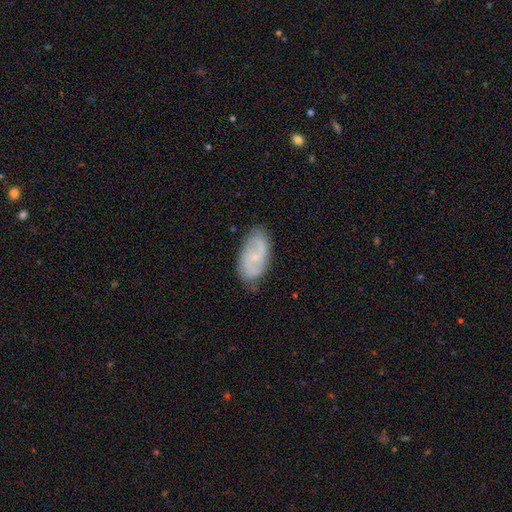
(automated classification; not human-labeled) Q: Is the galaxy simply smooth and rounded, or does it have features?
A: featured or disk — 68%.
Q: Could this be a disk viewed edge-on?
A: no — 95%.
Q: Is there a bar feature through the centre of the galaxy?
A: no — 58%.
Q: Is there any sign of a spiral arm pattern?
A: yes — 84%.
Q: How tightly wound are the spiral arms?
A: medium — 45%.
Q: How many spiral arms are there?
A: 2 — 75%.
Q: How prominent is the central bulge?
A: small — 76%.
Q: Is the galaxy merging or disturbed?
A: none — 77%.